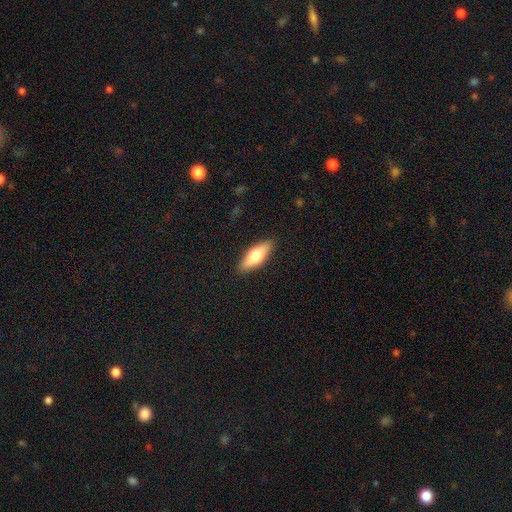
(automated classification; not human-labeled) smooth-or-featured: smooth: 65% | featured or disk: 29% | star or artifact: 6%
  how-rounded: in between: 61% | cigar-shaped: 36% | round: 3%
  merging: none: 88% | minor disturbance: 9% | major disturbance: 2% | merger: 1%